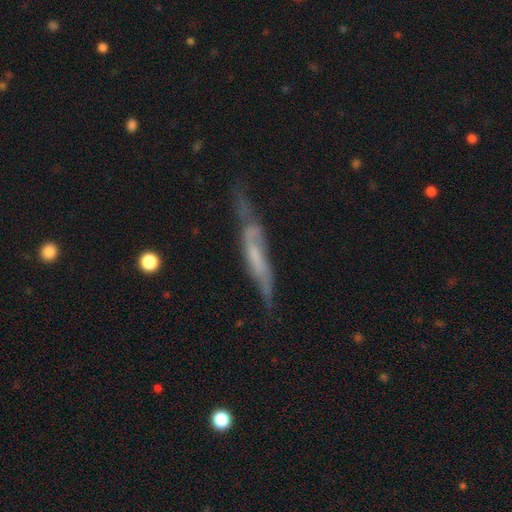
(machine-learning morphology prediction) Smooth or featured? Predicted: featured or disk (p=0.64). Edge-on disk? Predicted: yes (p=0.59). Merging? Predicted: none (p=0.48).